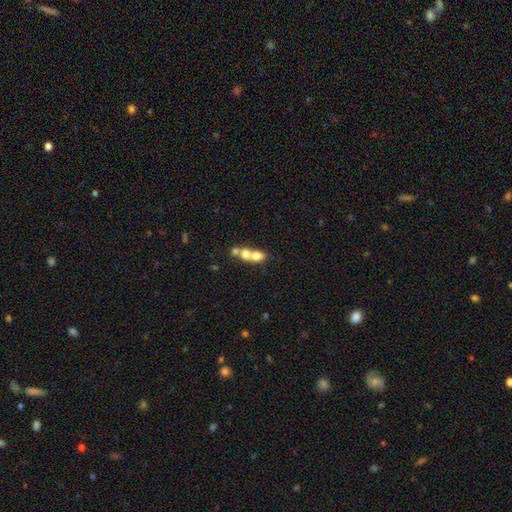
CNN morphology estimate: A smooth galaxy with no disk features (65%) that is round (50%).

Vote fractions:
- Smooth or featured? smooth: 65% / featured or disk: 24% / star or artifact: 10%
- How rounded? round: 50% / in between: 46% / cigar-shaped: 4%
- Merging? merger: 70% / none: 21% / minor disturbance: 6% / major disturbance: 4%